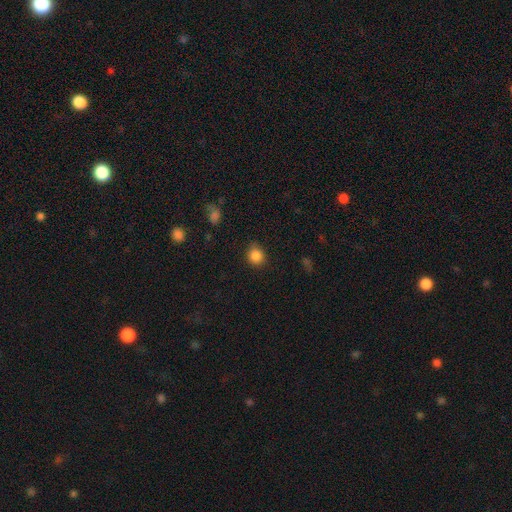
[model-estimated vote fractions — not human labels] Smooth or featured: smooth — 86% (star or artifact — 11%)
How rounded: round — 83% (in between — 16%)
Merging: none — 81% (minor disturbance — 14%)